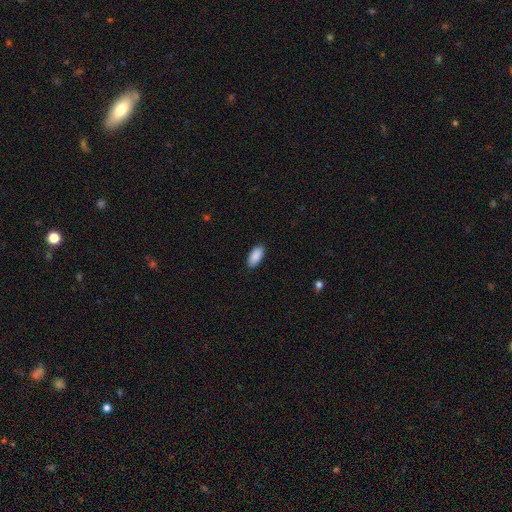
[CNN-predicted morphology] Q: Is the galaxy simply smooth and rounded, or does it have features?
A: smooth — 90%.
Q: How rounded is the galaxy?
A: in between — 94%.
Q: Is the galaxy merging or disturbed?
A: none — 89%.